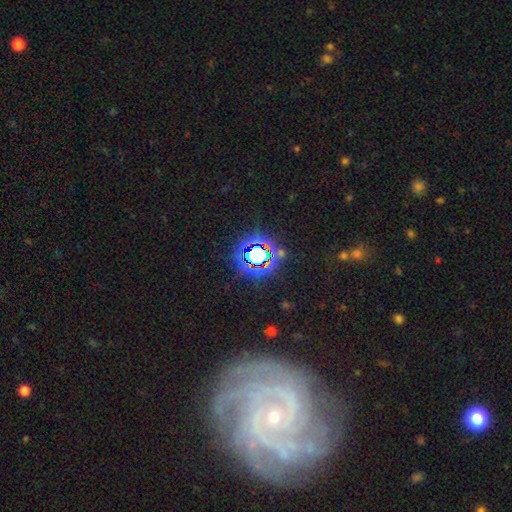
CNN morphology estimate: The model was most divided on "smooth or featured": star or artifact: 73%, smooth: 17%, featured or disk: 10%.